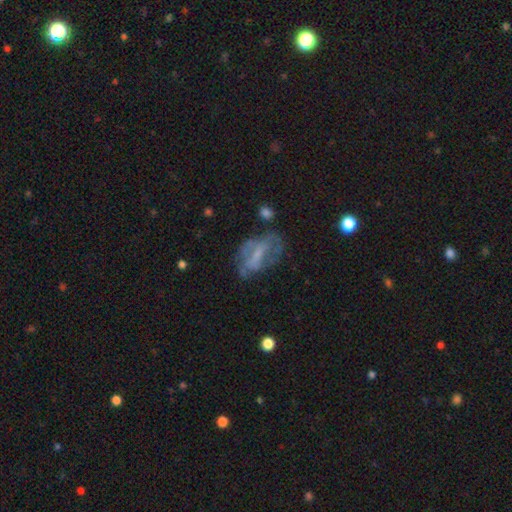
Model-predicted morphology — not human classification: Q: Smooth or featured?
A: featured or disk (57%); runner-up: smooth (32%)
Q: Edge-on disk?
A: no (94%); runner-up: yes (6%)
Q: Bar?
A: no (41%); runner-up: weak (39%)
Q: Spiral arms?
A: no (58%); runner-up: yes (42%)
Q: Bulge size?
A: small (40%); runner-up: none (33%)
Q: Merging?
A: none (43%); runner-up: major disturbance (27%)